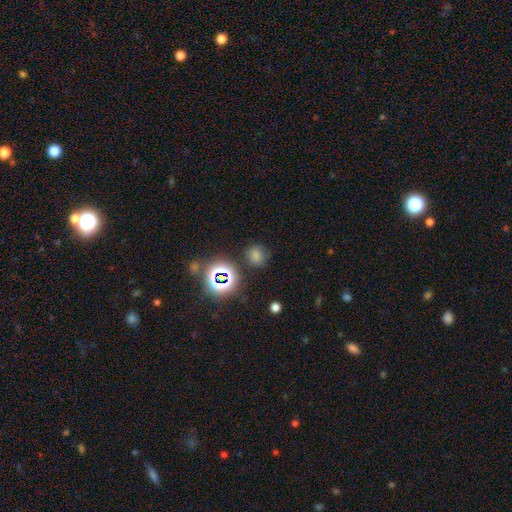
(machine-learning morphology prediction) The model was most divided on "smooth or featured": smooth: 66%, star or artifact: 27%, featured or disk: 7%. More confident: how rounded — round (78%); merging — none (76%).